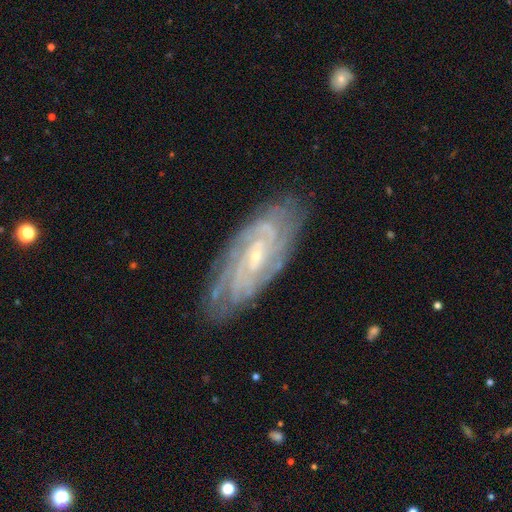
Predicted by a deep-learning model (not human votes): A featured or disk galaxy (86%) with no bar (49%), tight (71%) spiral arms (96%) and a small central bulge (76%). Merging: none (81%).